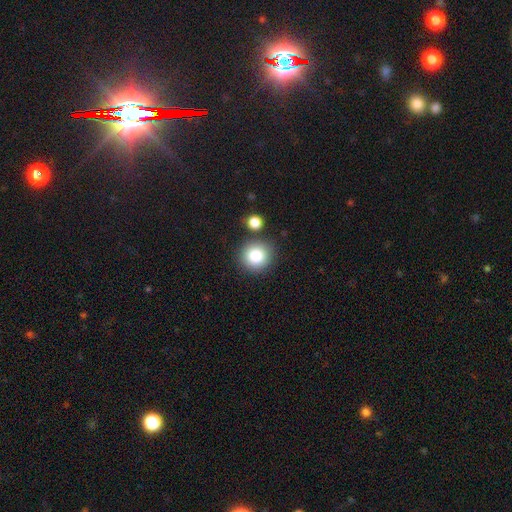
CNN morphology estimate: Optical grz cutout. It shows a smooth galaxy with no disk features (83%) that is round (91%). Merging: none (81%).